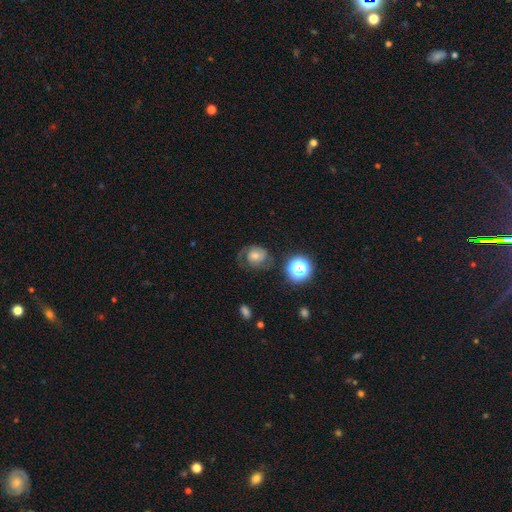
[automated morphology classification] Smooth or featured? Predicted: featured or disk (p=0.45). Merging? Predicted: none (p=0.50).